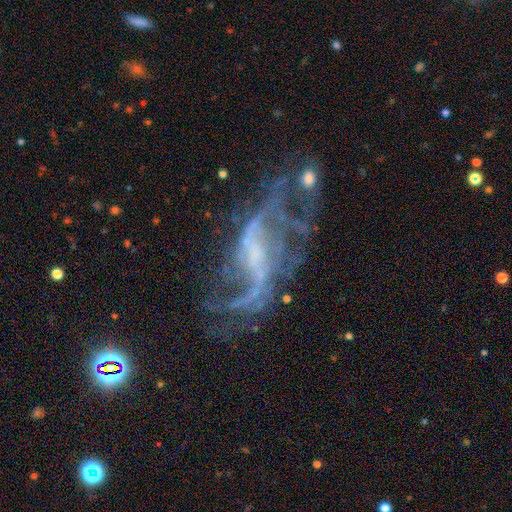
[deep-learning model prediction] Smooth or featured? Predicted: featured or disk (p=0.82). Edge-on disk? Predicted: no (p=0.94). Bar? Predicted: weak (p=0.43). Spiral arms? Predicted: yes (p=0.86). Spiral winding? Predicted: loose (p=0.74). Spiral arm count? Predicted: 2 (p=0.53). Bulge size? Predicted: none (p=0.45). Merging? Predicted: none (p=0.40).